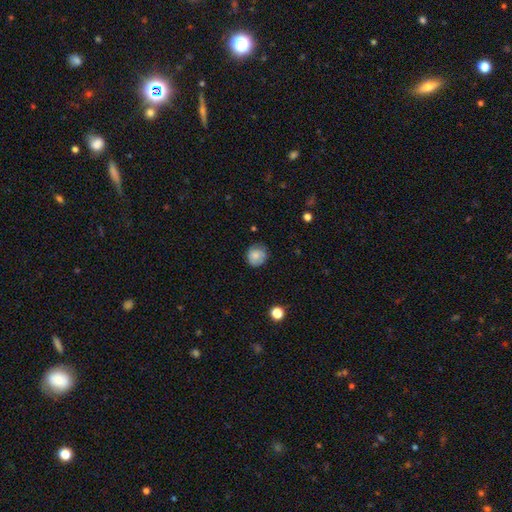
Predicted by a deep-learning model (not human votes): Q: Smooth or featured?
A: smooth (76%); runner-up: featured or disk (15%)
Q: How rounded?
A: round (85%); runner-up: in between (14%)
Q: Merging?
A: none (74%); runner-up: minor disturbance (20%)